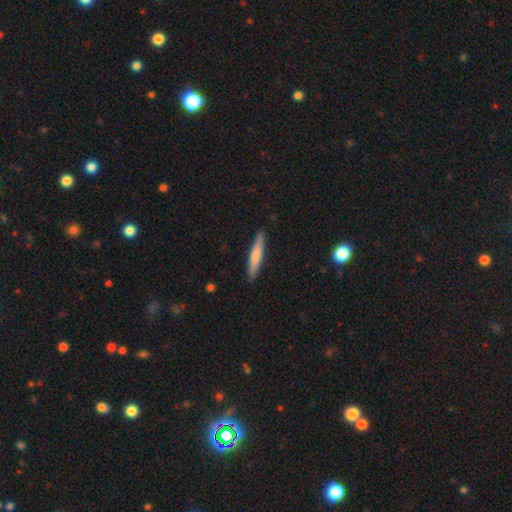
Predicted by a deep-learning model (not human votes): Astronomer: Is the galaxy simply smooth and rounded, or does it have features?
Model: smooth — 68%.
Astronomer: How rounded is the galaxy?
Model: cigar-shaped — 92%.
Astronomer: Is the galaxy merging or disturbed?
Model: none — 90%.